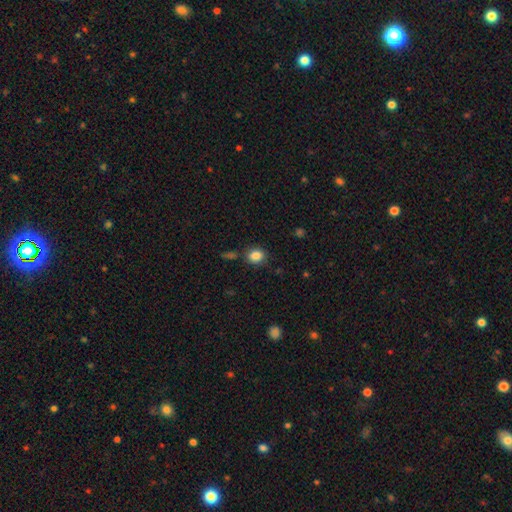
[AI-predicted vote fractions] smooth 85%, star or artifact 10%, featured or disk 5%. Down the decision tree: how rounded — round (56%); merging — none (79%).